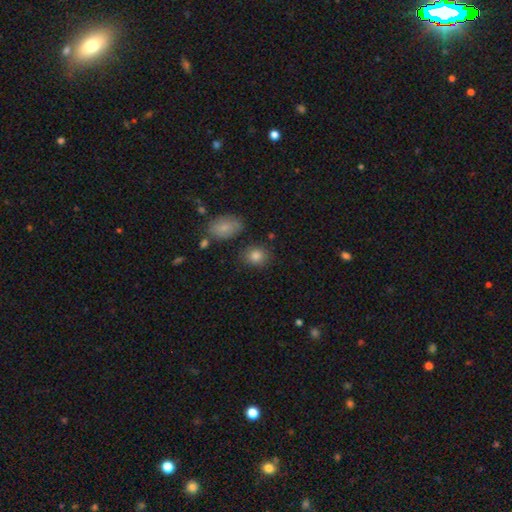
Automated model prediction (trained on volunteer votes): smooth 84%, star or artifact 10%, featured or disk 6%. Down the decision tree: how rounded — round (61%); merging — none (81%).